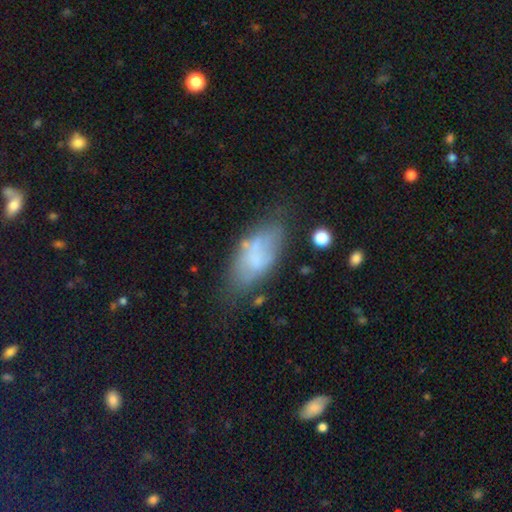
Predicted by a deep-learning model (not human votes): Smooth or featured? smooth (55%)
How rounded? in between (86%)
Merging? none (52%)